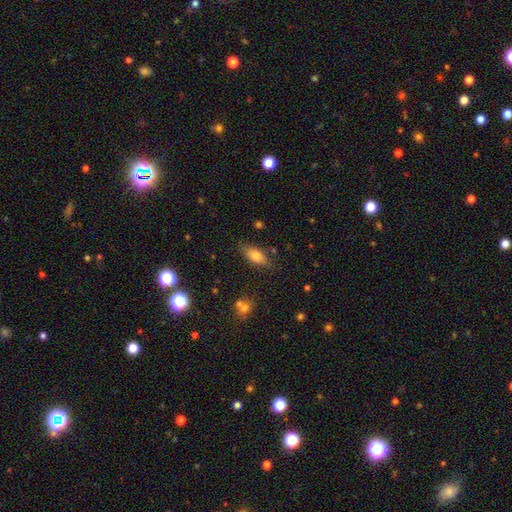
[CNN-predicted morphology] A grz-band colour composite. It shows a smooth galaxy with no disk features (76%) that is in between round and cigar-shaped (81%). Merging: none (79%).